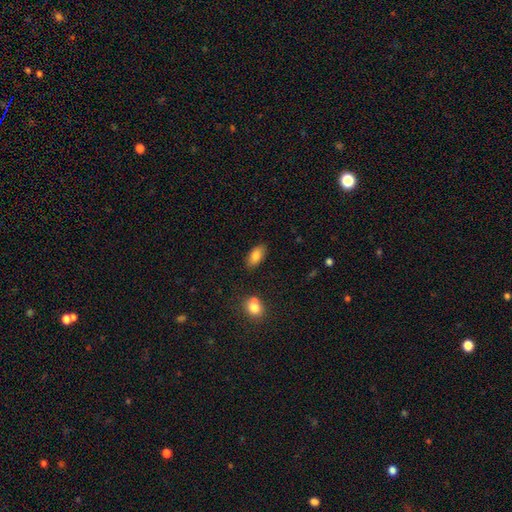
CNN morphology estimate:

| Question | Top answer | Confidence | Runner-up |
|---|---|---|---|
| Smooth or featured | smooth | 83% | featured or disk (9%) |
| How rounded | in between | 92% | cigar-shaped (5%) |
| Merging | none | 84% | minor disturbance (11%) |